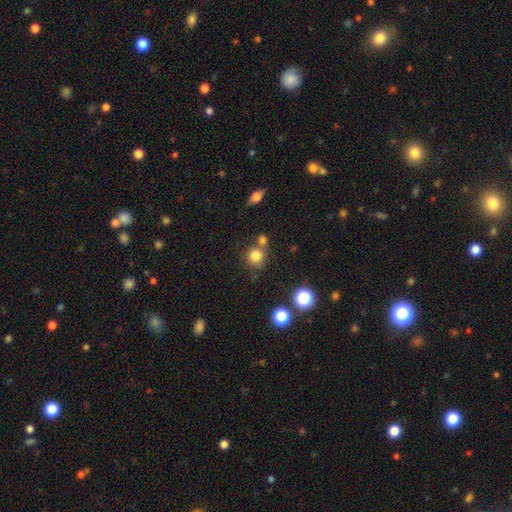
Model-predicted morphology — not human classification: Q: Smooth or featured?
A: smooth (81%); runner-up: star or artifact (13%)
Q: How rounded?
A: round (90%); runner-up: in between (9%)
Q: Merging?
A: none (68%); runner-up: merger (19%)